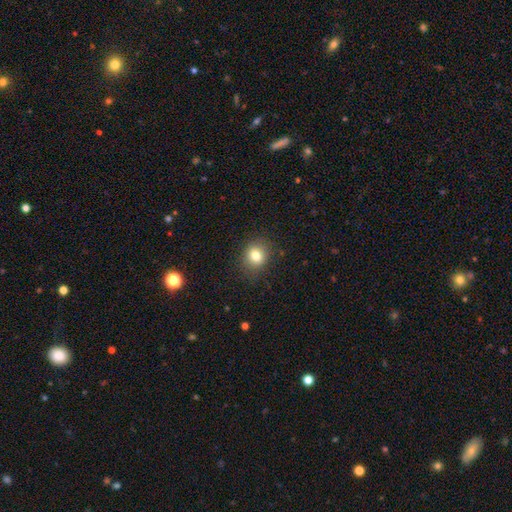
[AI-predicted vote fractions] smooth_or_featured: smooth (p=0.80) [alt: star or artifact p=0.12]
how_rounded: round (p=0.71) [alt: in between p=0.28]
merging: none (p=0.85) [alt: minor disturbance p=0.10]